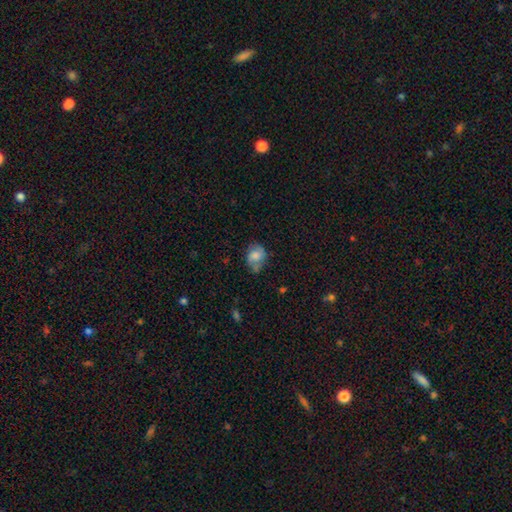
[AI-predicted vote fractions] Smooth or featured?
  - smooth: 66% *
  - featured or disk: 25%
  - star or artifact: 9%
How rounded?
  - in between: 53% *
  - round: 46%
  - cigar-shaped: 1%
Merging?
  - none: 52% *
  - minor disturbance: 31%
  - major disturbance: 12%
  - merger: 5%